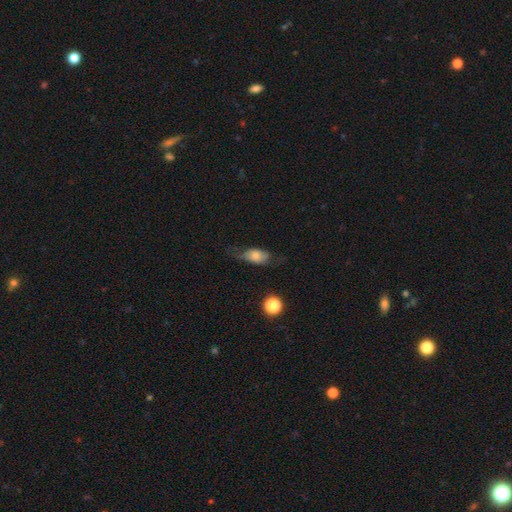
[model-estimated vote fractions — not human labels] smooth-or-featured: smooth: 64% | featured or disk: 27% | star or artifact: 9%
  how-rounded: in between: 80% | round: 10% | cigar-shaped: 10%
  merging: none: 47% | minor disturbance: 31% | major disturbance: 20% | merger: 2%